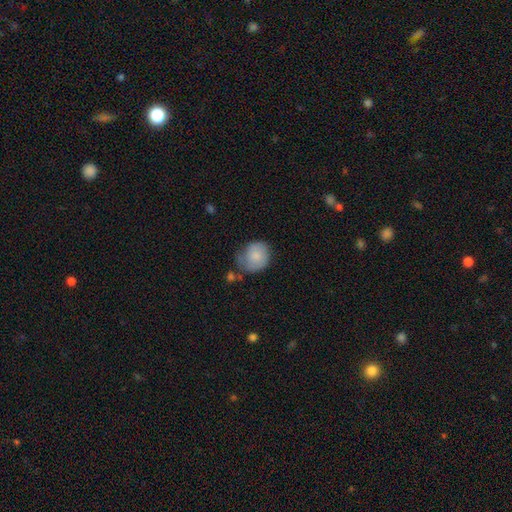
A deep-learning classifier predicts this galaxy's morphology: Q: Smooth or featured?
A: smooth (77%); runner-up: featured or disk (16%)
Q: How rounded?
A: round (68%); runner-up: in between (31%)
Q: Merging?
A: none (47%); runner-up: minor disturbance (35%)